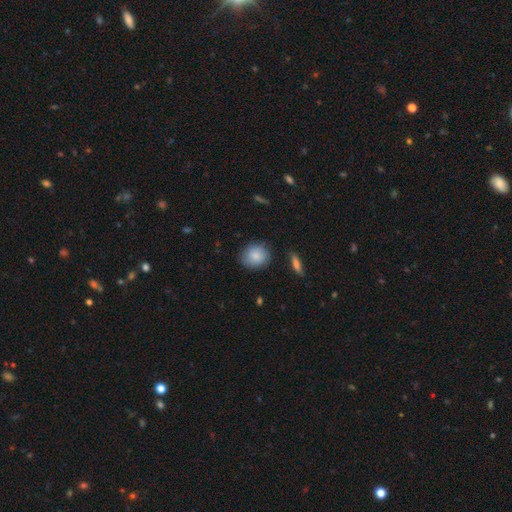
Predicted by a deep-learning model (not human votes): Overall: smooth (84%). How rounded: round (69%; in between 29%). Merging: none (80%).